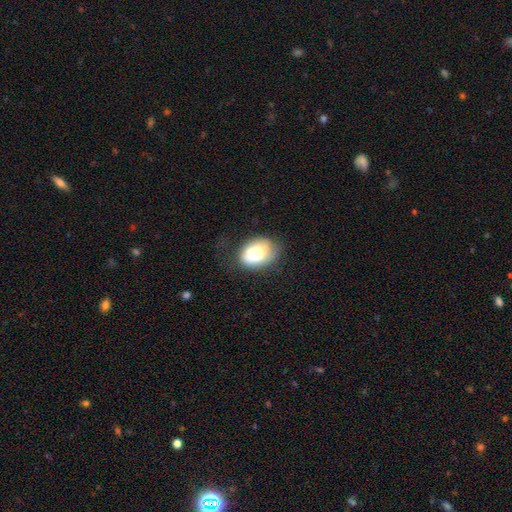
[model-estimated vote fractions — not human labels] A smooth galaxy with no disk features (74%) that is in between round and cigar-shaped (71%). Merging: none (51%).